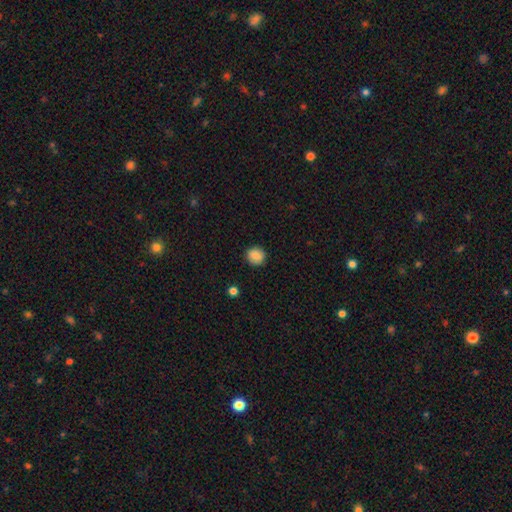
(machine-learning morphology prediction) Smooth or featured?
  - smooth: 86% *
  - star or artifact: 9%
  - featured or disk: 5%
How rounded?
  - round: 87% *
  - in between: 12%
  - cigar-shaped: 1%
Merging?
  - none: 89% *
  - minor disturbance: 7%
  - major disturbance: 2%
  - merger: 1%